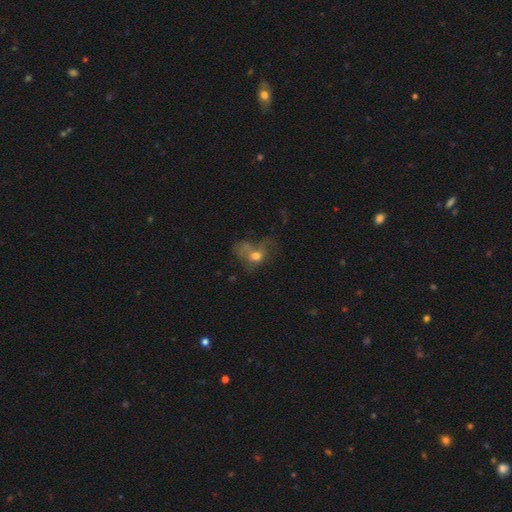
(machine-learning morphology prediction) smooth-or-featured: smooth: 55% | featured or disk: 31% | star or artifact: 14%
  how-rounded: in between: 53% | round: 45% | cigar-shaped: 2%
  merging: major disturbance: 40% | merger: 25% | none: 20% | minor disturbance: 15%